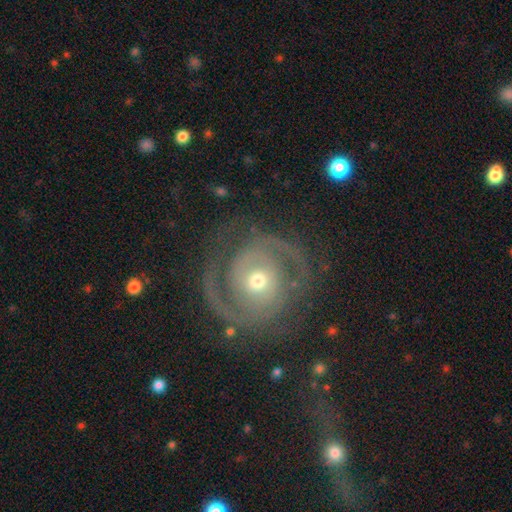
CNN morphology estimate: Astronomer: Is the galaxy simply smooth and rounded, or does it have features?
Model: featured or disk — 88%.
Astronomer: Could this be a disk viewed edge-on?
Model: no — 97%.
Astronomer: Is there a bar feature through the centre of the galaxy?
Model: no — 69%.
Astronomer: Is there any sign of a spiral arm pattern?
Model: yes — 96%.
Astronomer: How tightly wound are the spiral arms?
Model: tight — 59% (runner-up: medium, 34%).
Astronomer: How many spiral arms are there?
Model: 2 — 81%.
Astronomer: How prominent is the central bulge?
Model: moderate — 59% (runner-up: small, 36%).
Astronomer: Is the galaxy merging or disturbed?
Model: none — 77%.